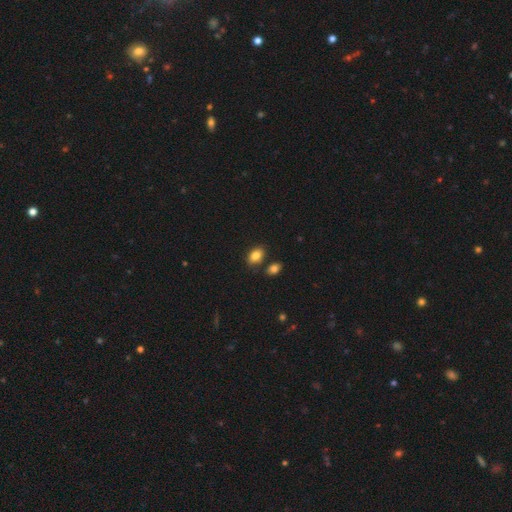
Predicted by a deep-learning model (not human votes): Smooth or featured?
  - smooth: 84% *
  - star or artifact: 9%
  - featured or disk: 7%
How rounded?
  - in between: 81% *
  - round: 18%
  - cigar-shaped: 1%
Merging?
  - none: 75% *
  - minor disturbance: 13%
  - merger: 10%
  - major disturbance: 3%